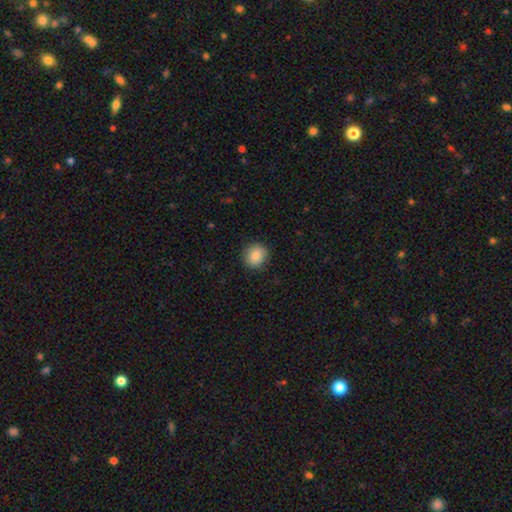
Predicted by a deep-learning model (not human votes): A smooth galaxy with no disk features (85%) that is round (81%). Merging: none (86%).